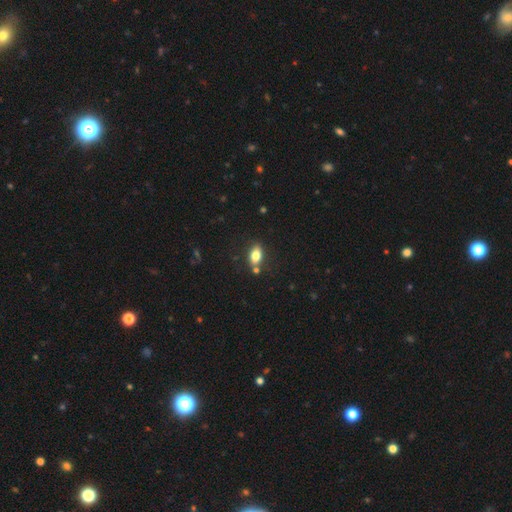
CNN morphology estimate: Overall: smooth (78%). How rounded: in between (85%). Merging: none (75%).